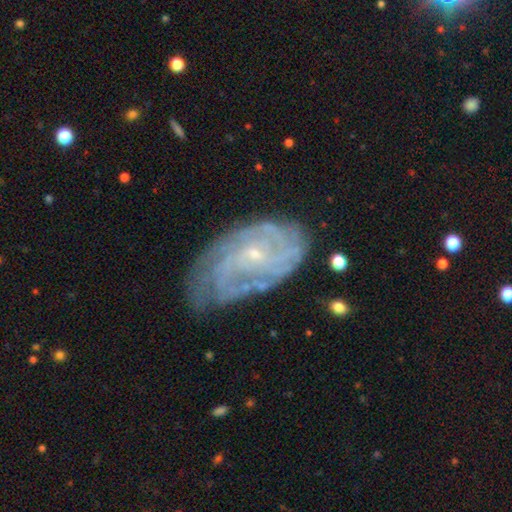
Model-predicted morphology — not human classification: Q: Smooth or featured?
A: featured or disk (84%); runner-up: smooth (9%)
Q: Edge-on disk?
A: no (96%); runner-up: yes (4%)
Q: Bar?
A: no (70%); runner-up: weak (25%)
Q: Spiral arms?
A: yes (95%); runner-up: no (5%)
Q: Spiral winding?
A: tight (68%); runner-up: medium (26%)
Q: Spiral arm count?
A: can't tell (36%); runner-up: 4 (17%)
Q: Bulge size?
A: small (83%); runner-up: moderate (13%)
Q: Merging?
A: none (64%); runner-up: minor disturbance (25%)